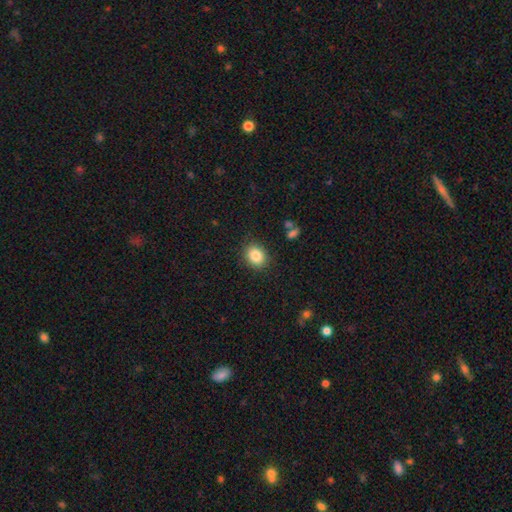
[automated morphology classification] smooth_or_featured: smooth (p=0.85) [alt: star or artifact p=0.10]
how_rounded: round (p=0.56) [alt: in between p=0.43]
merging: none (p=0.86) [alt: minor disturbance p=0.10]